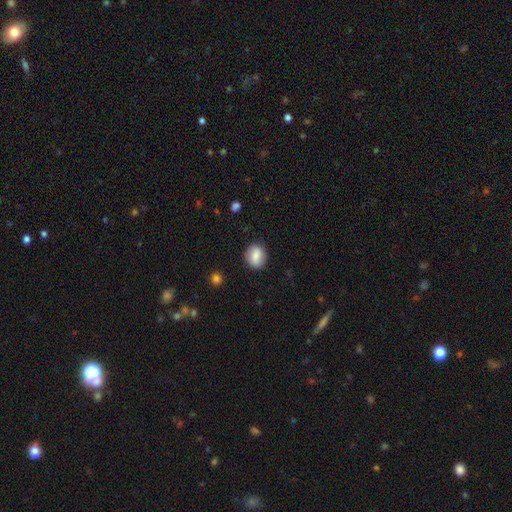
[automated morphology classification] A smooth galaxy with no disk features (79%) that is round (64%). Merging: none (86%).